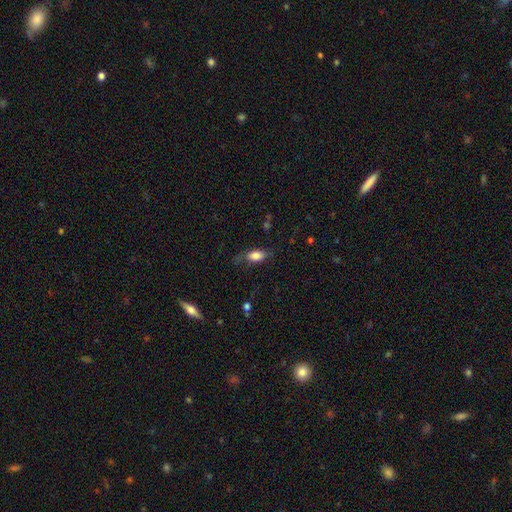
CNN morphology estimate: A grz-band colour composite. It shows a smooth galaxy with no disk features (80%) that is in between round and cigar-shaped (85%). Merging: none (62%).